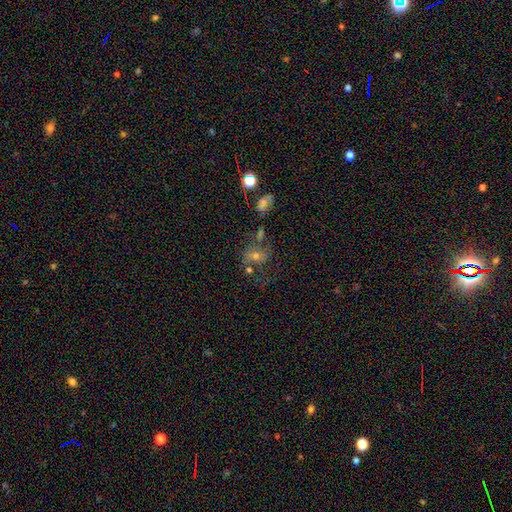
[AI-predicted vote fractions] Smooth or featured? Predicted: featured or disk (p=0.42). Merging? Predicted: none (p=0.46).